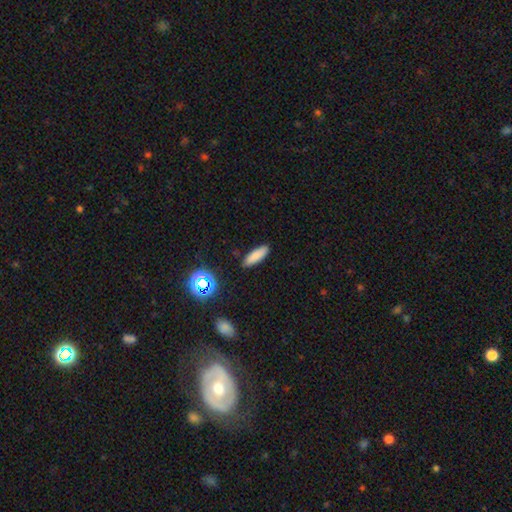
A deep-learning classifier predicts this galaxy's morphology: This is clearly a smooth galaxy (81%). How rounded: possibly in between (51%). Merging: clearly none (87%).